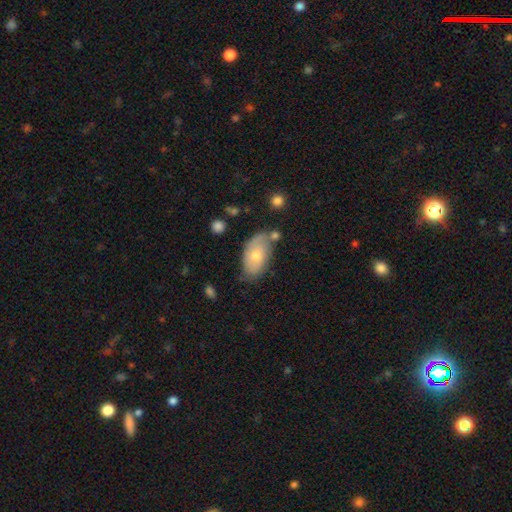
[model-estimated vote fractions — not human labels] A smooth galaxy with no disk features (59%) that is in between round and cigar-shaped (92%).

Vote fractions:
- Smooth or featured? smooth: 59% / featured or disk: 33% / star or artifact: 8%
- How rounded? in between: 92% / round: 6% / cigar-shaped: 2%
- Merging? none: 60% / minor disturbance: 26% / merger: 8% / major disturbance: 6%